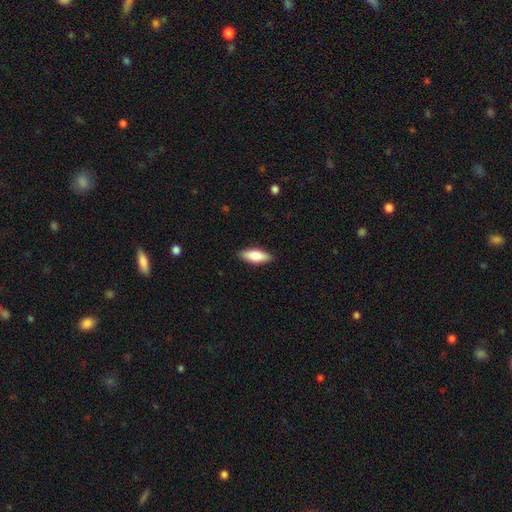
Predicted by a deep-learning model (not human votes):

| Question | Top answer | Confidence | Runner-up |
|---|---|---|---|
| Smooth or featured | smooth | 78% | featured or disk (17%) |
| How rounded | in between | 70% | cigar-shaped (28%) |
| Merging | none | 89% | minor disturbance (9%) |